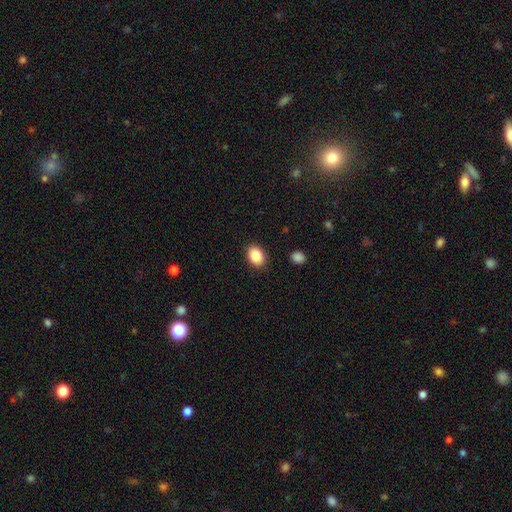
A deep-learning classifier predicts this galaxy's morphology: The model was most divided on "how rounded": in between: 75%, round: 24%, cigar-shaped: 1%. More confident: smooth or featured — smooth (87%); merging — none (86%).